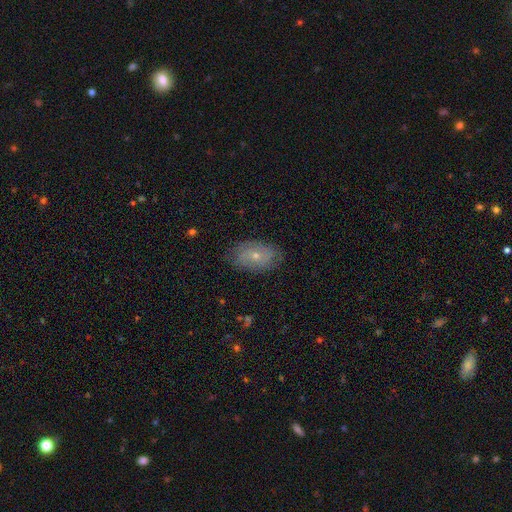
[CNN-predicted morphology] Smooth or featured: featured or disk — 49% (smooth — 42%)
Merging: none — 77% (minor disturbance — 17%)